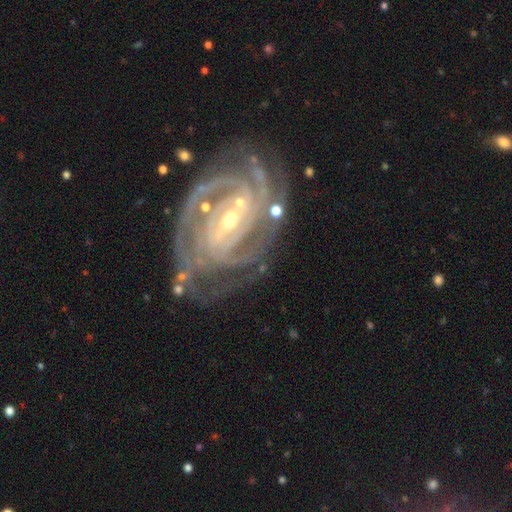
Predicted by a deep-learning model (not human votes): This is clearly a featured or disk galaxy (92%). It is clearly not viewed edge-on (97%). Bar: marginally strong (44%). Spiral arm pattern: clearly yes (99%). Spiral arm count: marginally 4 (31%). Spiral winding: likely tight (73%). Central bulge: likely small (61%). Merging: likely none (72%).